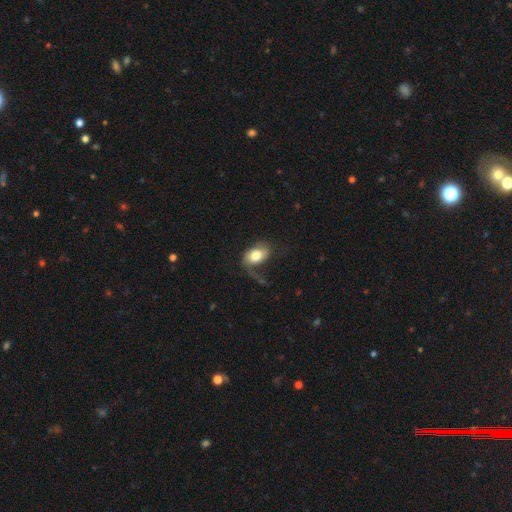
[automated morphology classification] smooth-or-featured: smooth: 67% | featured or disk: 26% | star or artifact: 7%
  how-rounded: in between: 83% | round: 15% | cigar-shaped: 2%
  merging: none: 41% | major disturbance: 31% | minor disturbance: 25% | merger: 3%